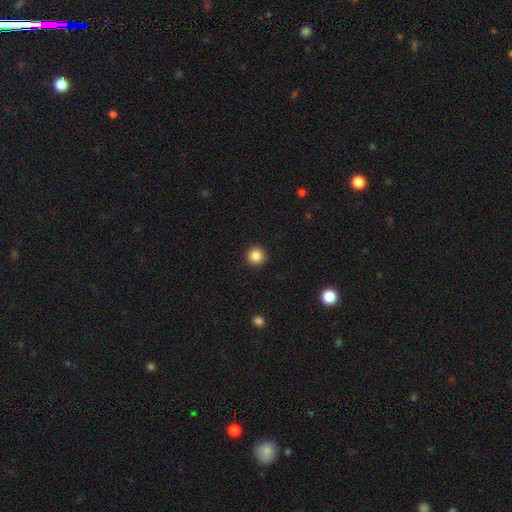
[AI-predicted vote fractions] Overall: smooth (85%). How rounded: round (96%). Merging: none (93%).